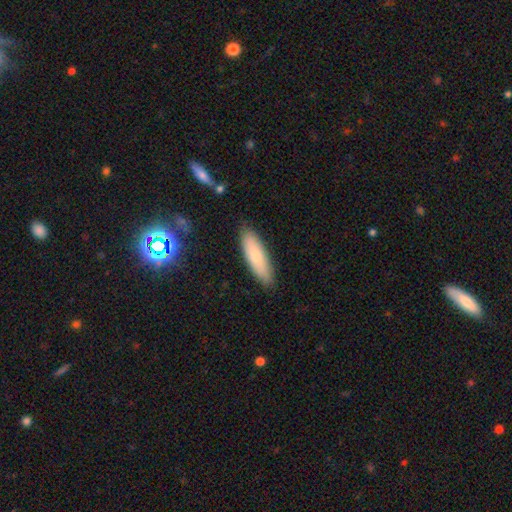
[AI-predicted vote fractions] This appears to be a smooth galaxy with no disk features (74%) that is cigar-shaped (52%). Merging: none (86%).